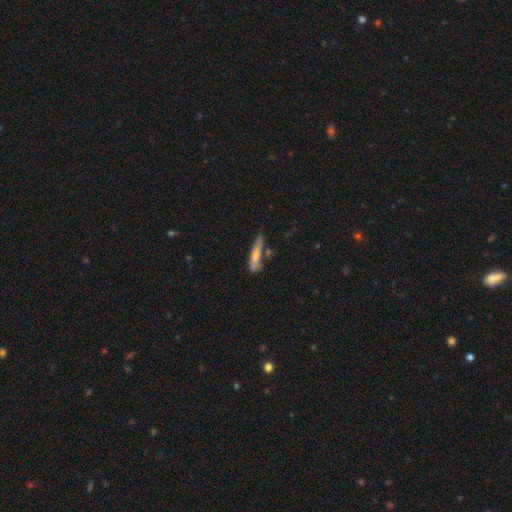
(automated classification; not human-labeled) Smooth or featured? smooth (67%)
How rounded? cigar-shaped (84%)
Merging? none (55%)